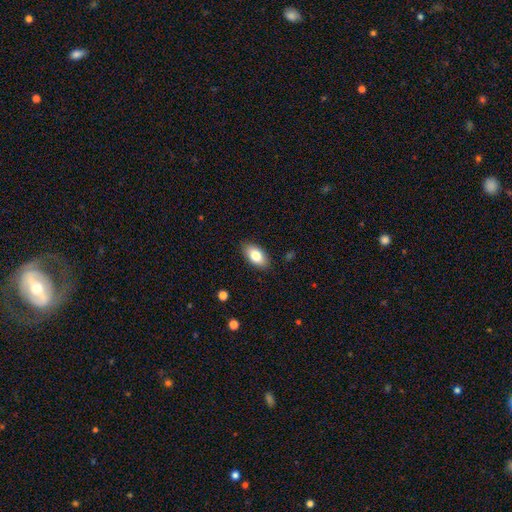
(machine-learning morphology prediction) Smooth or featured? Predicted: smooth (p=0.81). How rounded? Predicted: in between (p=0.93). Merging? Predicted: none (p=0.87).